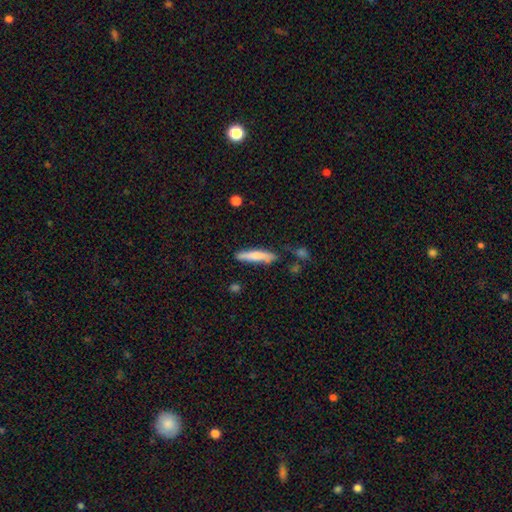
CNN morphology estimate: Smooth or featured: smooth — 72% (featured or disk — 23%)
How rounded: cigar-shaped — 87% (in between — 11%)
Merging: none — 76% (minor disturbance — 16%)